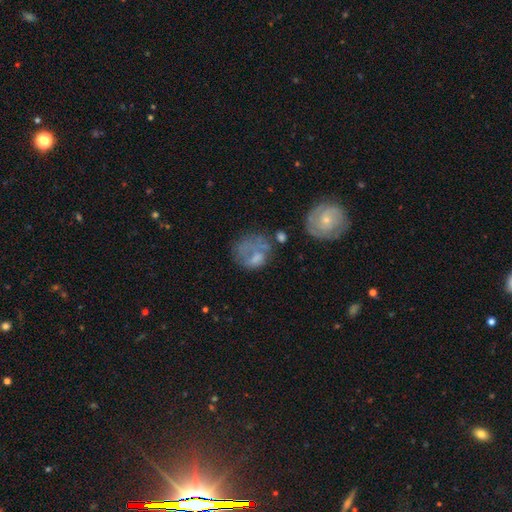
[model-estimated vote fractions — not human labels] Overall: smooth (47%; featured or disk 42%). Merging: major disturbance (35%; none 33%).